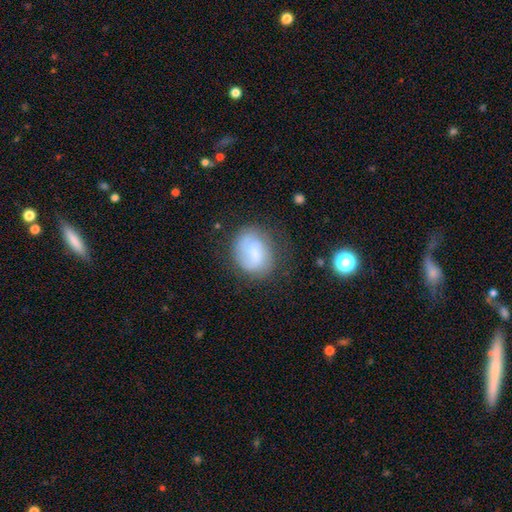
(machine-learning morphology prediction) Smooth or featured? featured or disk (48%)
Merging? none (63%)